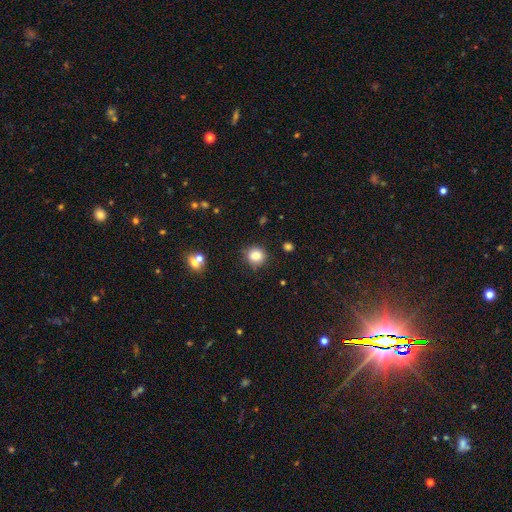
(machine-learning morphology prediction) Smooth or featured? Predicted: smooth (p=0.84). How rounded? Predicted: round (p=0.89). Merging? Predicted: none (p=0.82).